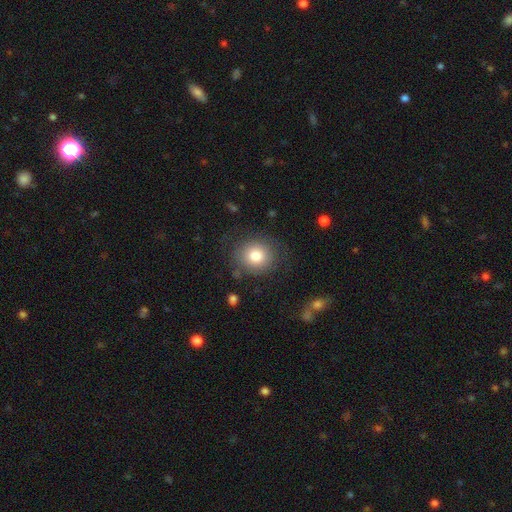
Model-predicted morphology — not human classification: Smooth or featured?
  - smooth: 79% *
  - featured or disk: 13%
  - star or artifact: 9%
How rounded?
  - round: 81% *
  - in between: 18%
  - cigar-shaped: 1%
Merging?
  - none: 77% *
  - minor disturbance: 14%
  - major disturbance: 7%
  - merger: 2%